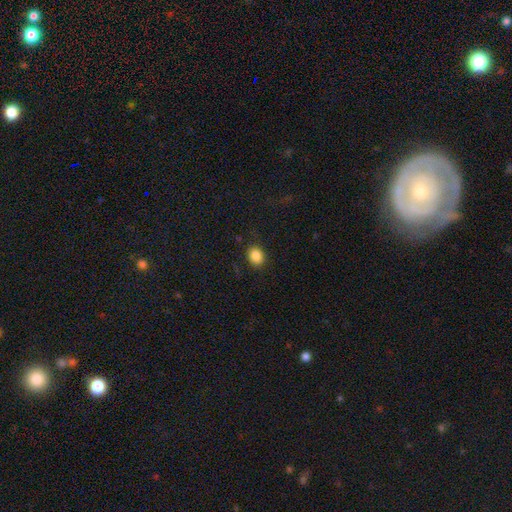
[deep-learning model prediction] The model was most divided on "how rounded": round: 53%, in between: 46%, cigar-shaped: 1%. More confident: smooth or featured — smooth (86%); merging — none (85%).